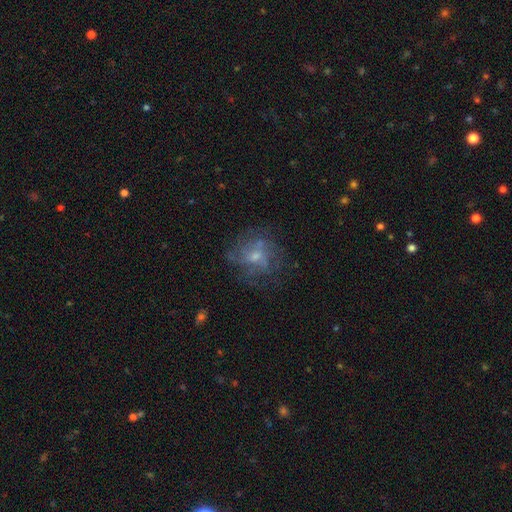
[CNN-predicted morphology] A featured or disk galaxy (55%) with no bar (68%), spiral arms (57%) and a small central bulge (53%). Merging: none (64%).